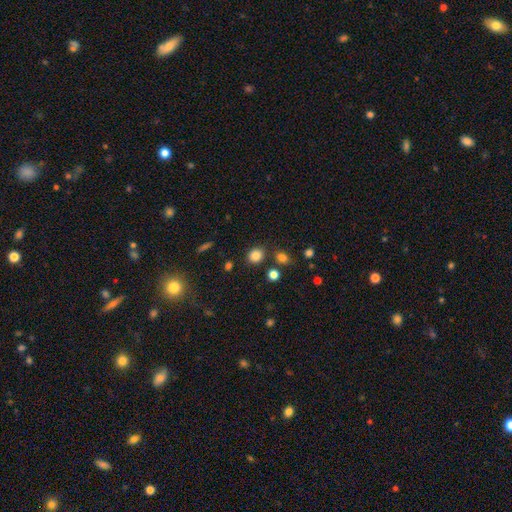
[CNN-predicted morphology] A smooth galaxy with no disk features (84%) that is round (68%).

Vote fractions:
- Smooth or featured? smooth: 84% / star or artifact: 12% / featured or disk: 5%
- How rounded? round: 68% / in between: 31% / cigar-shaped: 1%
- Merging? none: 82% / minor disturbance: 9% / merger: 6% / major disturbance: 3%